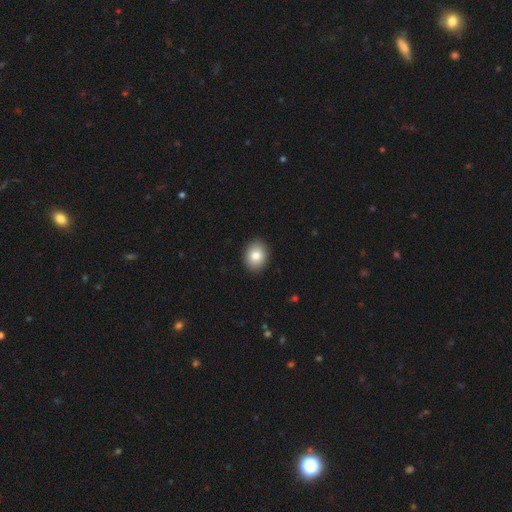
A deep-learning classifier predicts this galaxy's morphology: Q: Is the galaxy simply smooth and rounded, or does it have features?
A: smooth — 83%.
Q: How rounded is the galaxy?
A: in between — 56%.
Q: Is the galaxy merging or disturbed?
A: none — 91%.